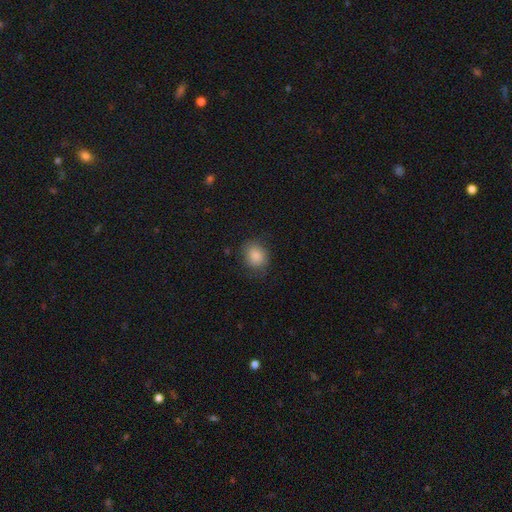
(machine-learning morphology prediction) Smooth or featured: smooth — 84% (star or artifact — 8%)
How rounded: round — 62% (in between — 37%)
Merging: none — 76% (minor disturbance — 17%)